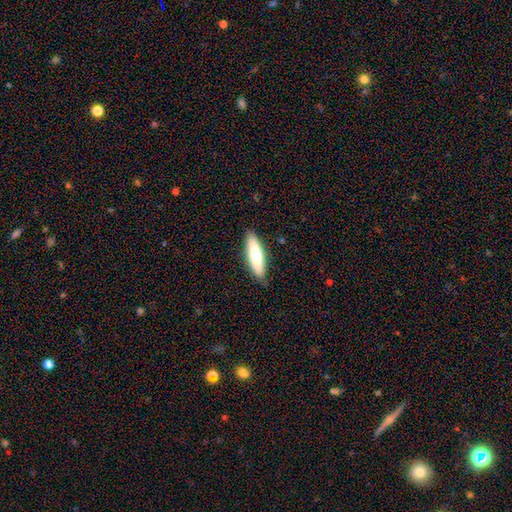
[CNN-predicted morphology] smooth_or_featured: smooth (p=0.67) [alt: featured or disk p=0.28]
how_rounded: cigar-shaped (p=0.62) [alt: in between p=0.36]
merging: none (p=0.85) [alt: minor disturbance p=0.12]